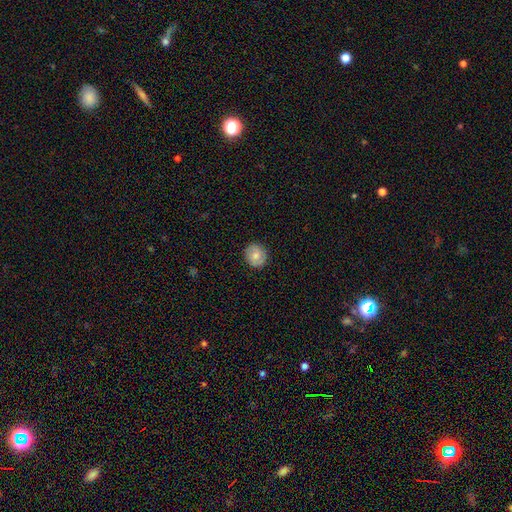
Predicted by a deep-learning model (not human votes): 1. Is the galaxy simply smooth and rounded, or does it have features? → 70% smooth, 22% featured or disk, 8% star or artifact.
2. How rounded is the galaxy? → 83% round, 16% in between, 1% cigar-shaped.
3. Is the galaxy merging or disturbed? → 88% none, 9% minor disturbance, 2% major disturbance, 1% merger.